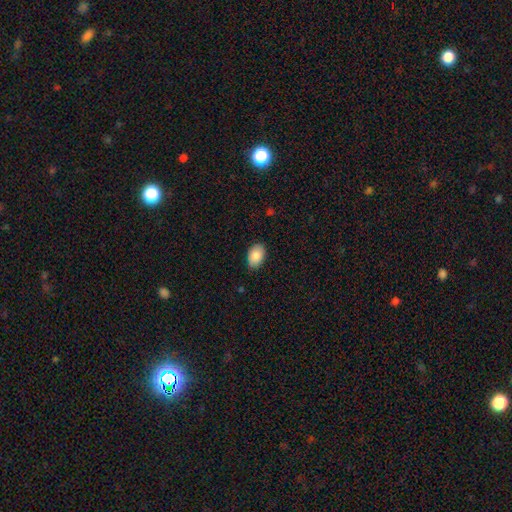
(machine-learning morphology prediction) The model was most divided on "merging": none: 84%, minor disturbance: 13%, major disturbance: 2%, merger: 1%. More confident: how rounded — in between (90%); smooth or featured — smooth (89%).